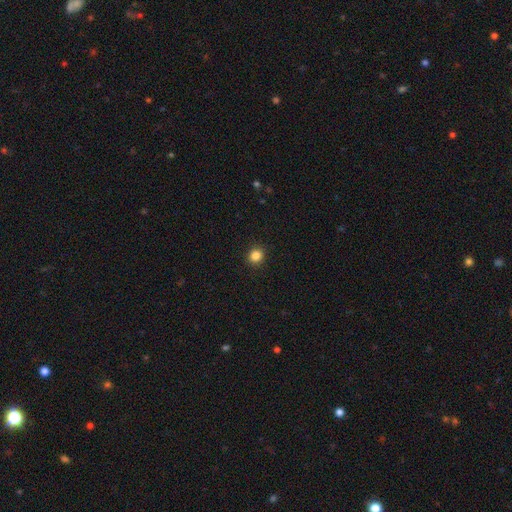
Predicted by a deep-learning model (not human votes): A smooth galaxy with no disk features (85%) that is round (88%).

Vote fractions:
- Smooth or featured? smooth: 85% / star or artifact: 11% / featured or disk: 4%
- How rounded? round: 88% / in between: 11% / cigar-shaped: 1%
- Merging? none: 92% / minor disturbance: 5% / major disturbance: 2% / merger: 1%